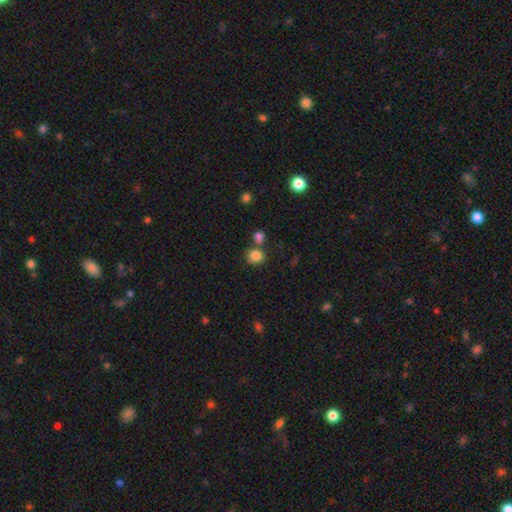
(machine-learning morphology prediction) Q: Smooth or featured?
A: smooth (83%); runner-up: star or artifact (11%)
Q: How rounded?
A: round (81%); runner-up: in between (18%)
Q: Merging?
A: none (65%); runner-up: merger (22%)